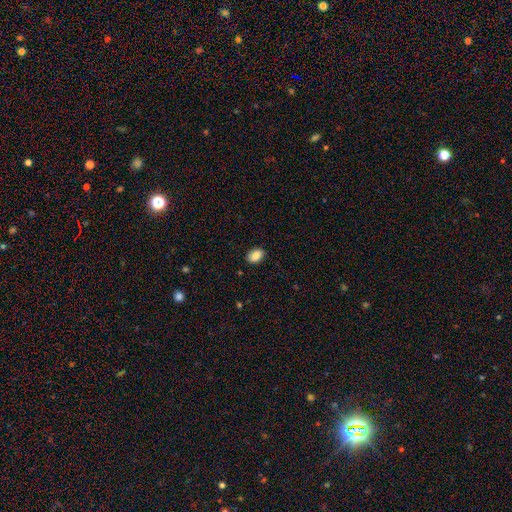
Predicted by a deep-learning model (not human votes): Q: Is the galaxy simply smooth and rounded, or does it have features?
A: smooth — 86%.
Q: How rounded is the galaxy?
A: in between — 81%.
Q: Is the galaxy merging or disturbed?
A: none — 86%.